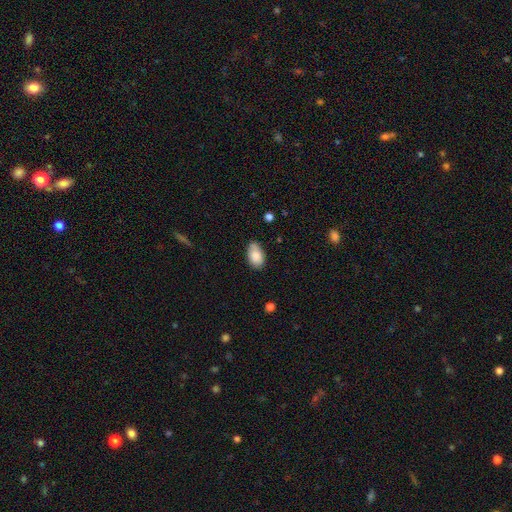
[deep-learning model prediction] This is clearly a smooth galaxy (85%). How rounded: clearly in between (92%). Merging: likely none (70%).